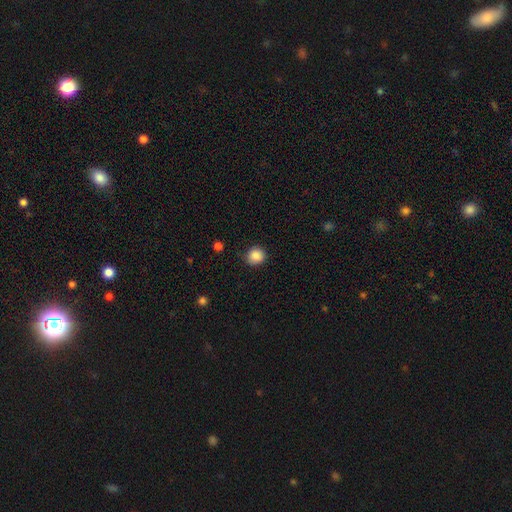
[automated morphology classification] Overall: smooth (88%). How rounded: round (88%). Merging: none (85%).